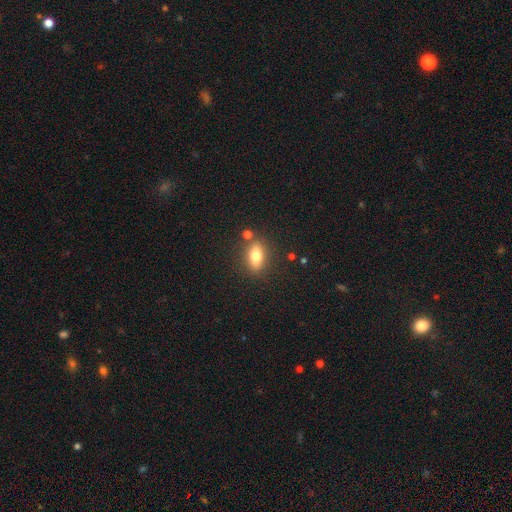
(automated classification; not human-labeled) Q: Smooth or featured?
A: smooth (72%); runner-up: featured or disk (19%)
Q: How rounded?
A: in between (78%); runner-up: cigar-shaped (13%)
Q: Merging?
A: none (79%); runner-up: minor disturbance (11%)